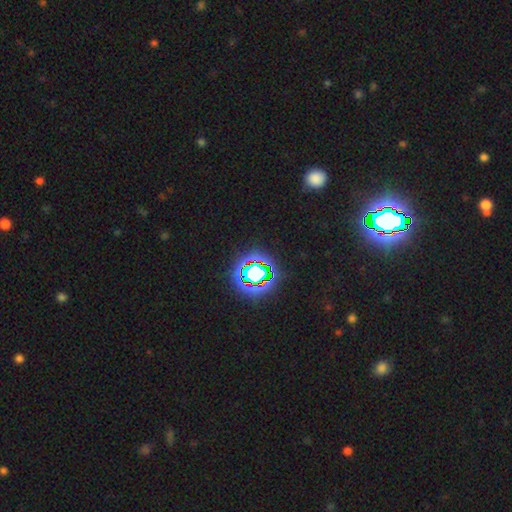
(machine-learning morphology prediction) Smooth or featured? Predicted: star or artifact (p=0.82).